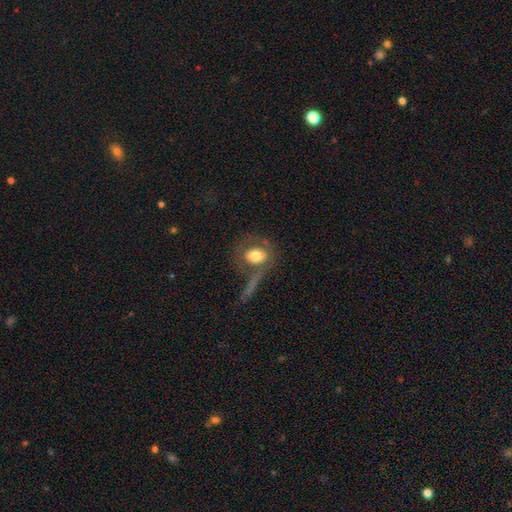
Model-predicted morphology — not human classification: smooth_or_featured: smooth (p=0.63) [alt: featured or disk p=0.28]
how_rounded: in between (p=0.54) [alt: round p=0.43]
merging: none (p=0.51) [alt: minor disturbance p=0.18]